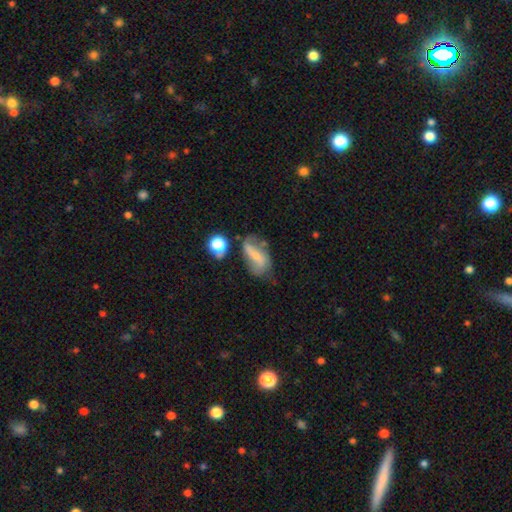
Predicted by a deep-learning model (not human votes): Q: Smooth or featured?
A: featured or disk (54%); runner-up: smooth (36%)
Q: Edge-on disk?
A: no (93%); runner-up: yes (7%)
Q: Bar?
A: weak (35%); runner-up: strong (34%)
Q: Spiral arms?
A: yes (71%); runner-up: no (29%)
Q: Bulge size?
A: small (53%); runner-up: moderate (22%)
Q: Merging?
A: none (42%); runner-up: minor disturbance (27%)